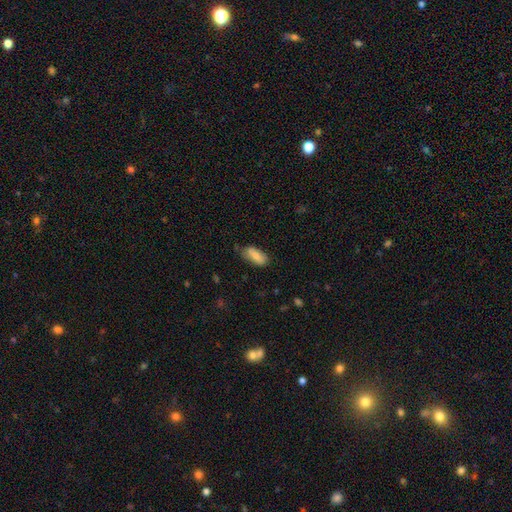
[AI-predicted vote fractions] Smooth or featured: smooth — 83% (featured or disk — 11%)
How rounded: in between — 82% (cigar-shaped — 15%)
Merging: none — 65% (minor disturbance — 27%)